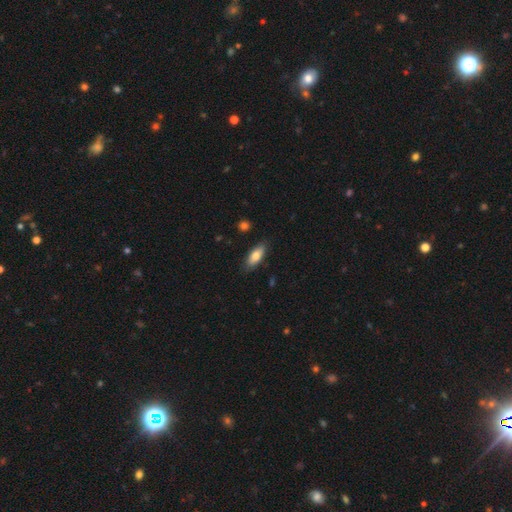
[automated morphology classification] A smooth galaxy with no disk features (79%) that is in between round and cigar-shaped (78%). Merging: none (84%).